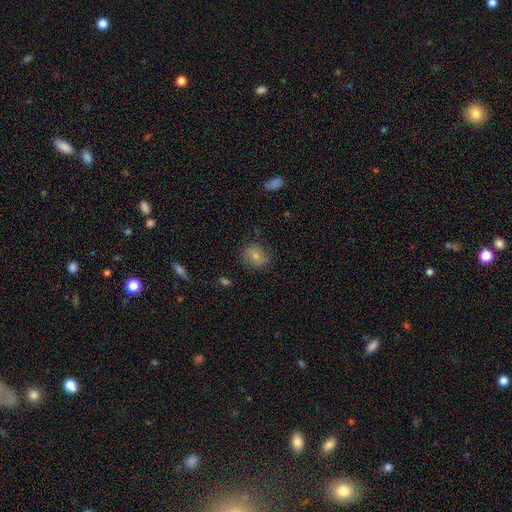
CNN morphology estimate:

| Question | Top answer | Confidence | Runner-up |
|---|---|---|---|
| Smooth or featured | smooth | 71% | featured or disk (19%) |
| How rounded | round | 64% | in between (34%) |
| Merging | none | 75% | minor disturbance (18%) |